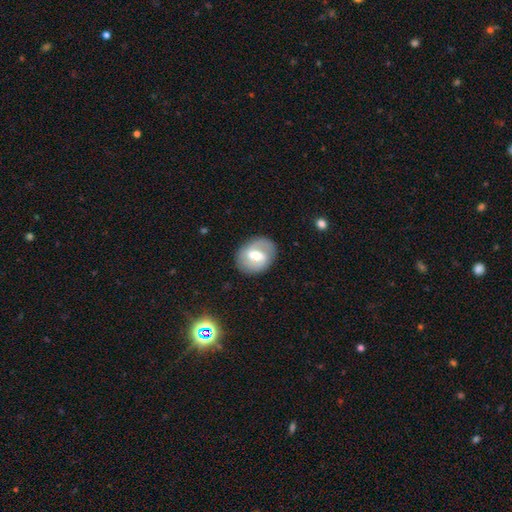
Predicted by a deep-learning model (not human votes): A featured or disk galaxy (57%) with a weak bar (50%), spiral arms (61%) and a moderate central bulge (67%). Merging: none (82%).